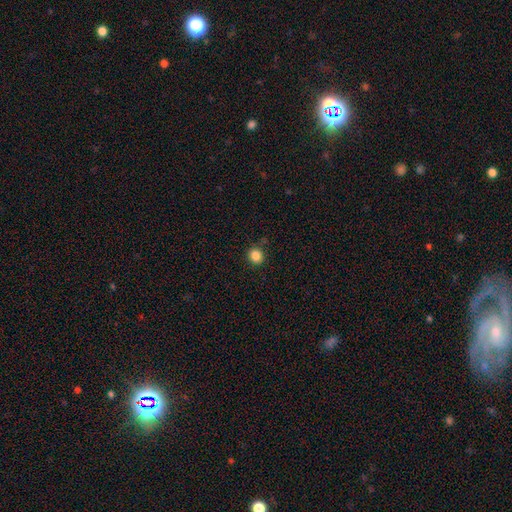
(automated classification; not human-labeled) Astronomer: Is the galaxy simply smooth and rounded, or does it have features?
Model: smooth — 85%.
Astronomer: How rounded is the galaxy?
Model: round — 82%.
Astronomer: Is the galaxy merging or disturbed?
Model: none — 87%.